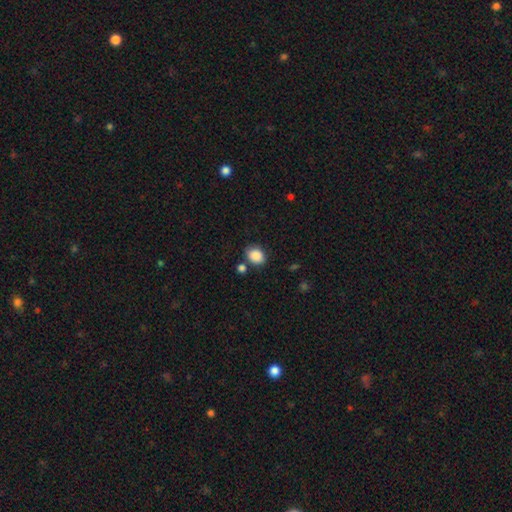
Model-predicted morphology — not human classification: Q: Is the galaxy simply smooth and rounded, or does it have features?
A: smooth — 88%.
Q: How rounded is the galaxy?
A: in between — 57%.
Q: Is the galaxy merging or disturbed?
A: none — 75%.